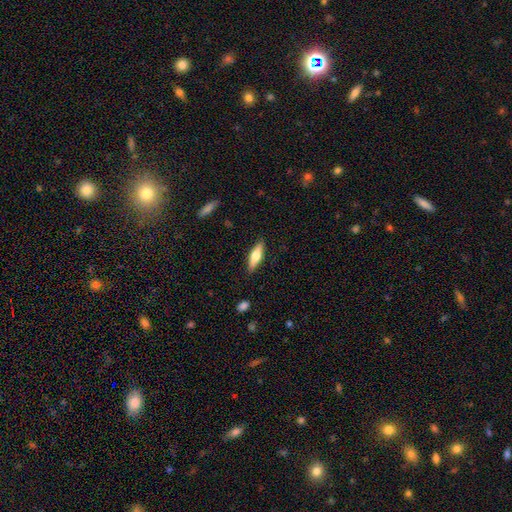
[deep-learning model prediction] smooth_or_featured: smooth (p=0.51) [alt: featured or disk p=0.43]
how_rounded: cigar-shaped (p=0.59) [alt: in between p=0.39]
merging: none (p=0.89) [alt: minor disturbance p=0.08]